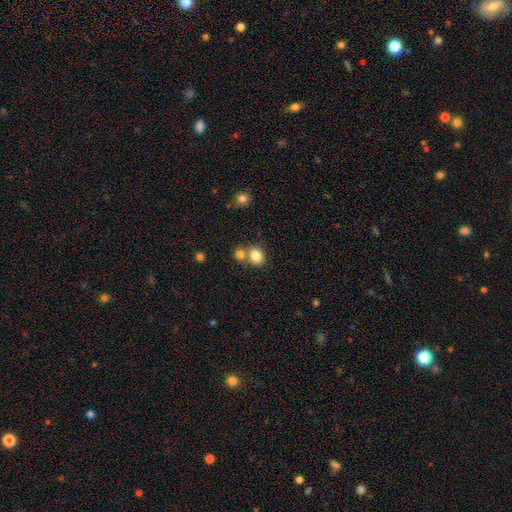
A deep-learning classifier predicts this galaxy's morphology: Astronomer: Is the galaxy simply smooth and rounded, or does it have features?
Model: smooth — 82%.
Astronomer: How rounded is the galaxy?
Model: round — 69%.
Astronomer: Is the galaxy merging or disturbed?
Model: none — 56% (runner-up: merger, 32%).